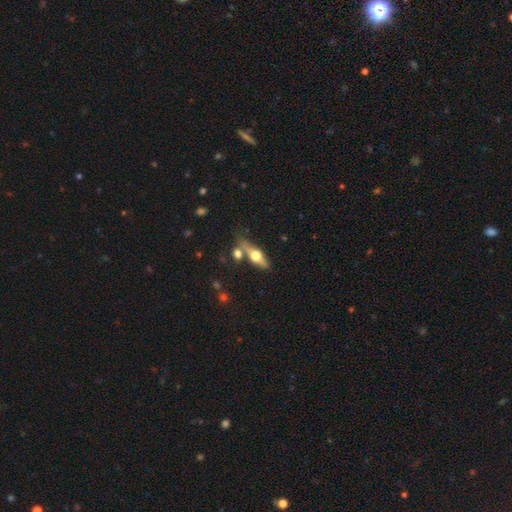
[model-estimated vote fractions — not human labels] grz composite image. It shows a featured or disk galaxy (55%) viewed edge-on (87%). Merging: none (66%).